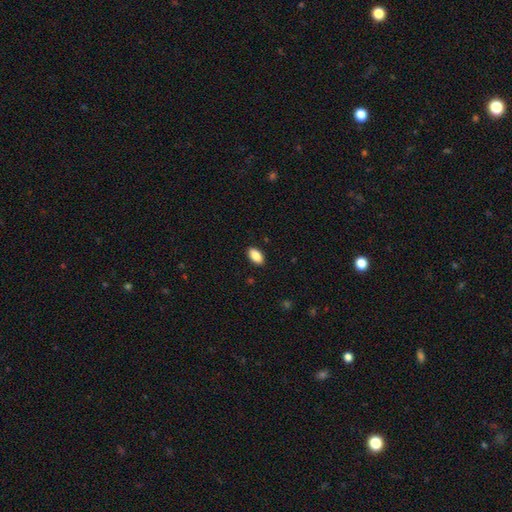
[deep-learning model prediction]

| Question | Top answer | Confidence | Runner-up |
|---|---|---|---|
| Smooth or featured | smooth | 88% | star or artifact (7%) |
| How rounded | in between | 93% | round (4%) |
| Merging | none | 90% | minor disturbance (7%) |